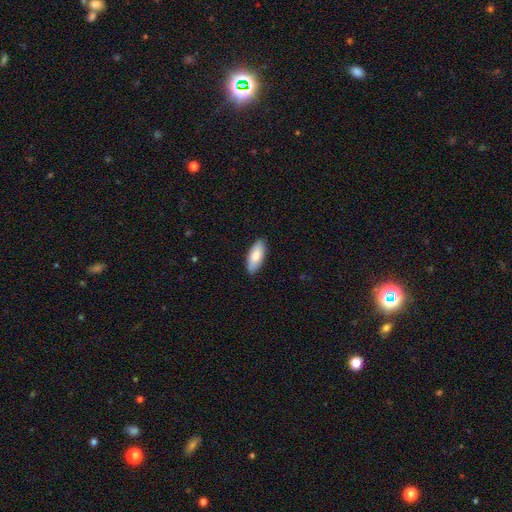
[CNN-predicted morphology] Q: Smooth or featured?
A: smooth (82%); runner-up: featured or disk (12%)
Q: How rounded?
A: in between (81%); runner-up: cigar-shaped (17%)
Q: Merging?
A: none (89%); runner-up: minor disturbance (9%)